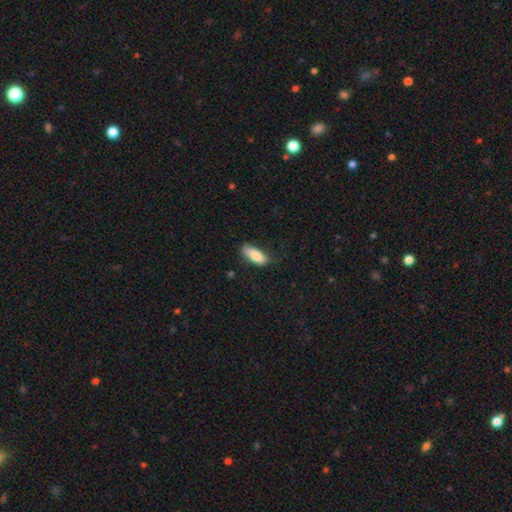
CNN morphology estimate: smooth 84%, featured or disk 10%, star or artifact 6%. Down the decision tree: how rounded — in between (79%); merging — none (66%).